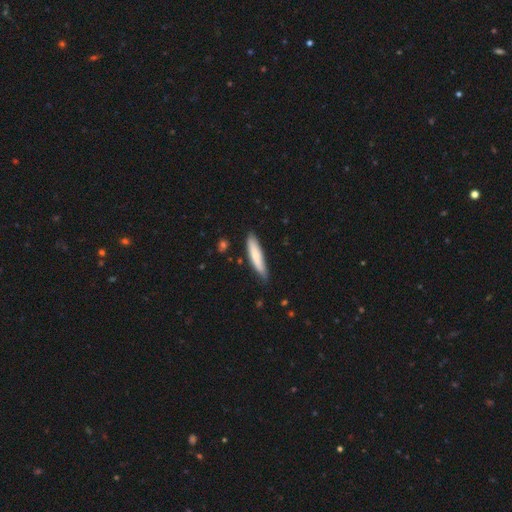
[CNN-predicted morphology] Q: Smooth or featured?
A: smooth (74%); runner-up: featured or disk (21%)
Q: How rounded?
A: cigar-shaped (83%); runner-up: in between (15%)
Q: Merging?
A: none (75%); runner-up: minor disturbance (20%)